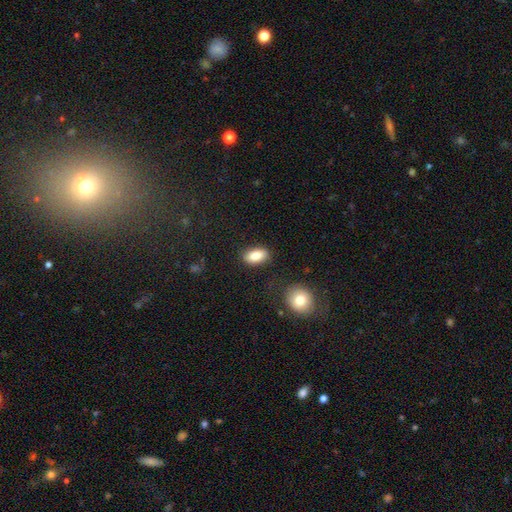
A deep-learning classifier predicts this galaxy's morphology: Smooth or featured? smooth (84%)
How rounded? in between (90%)
Merging? none (84%)